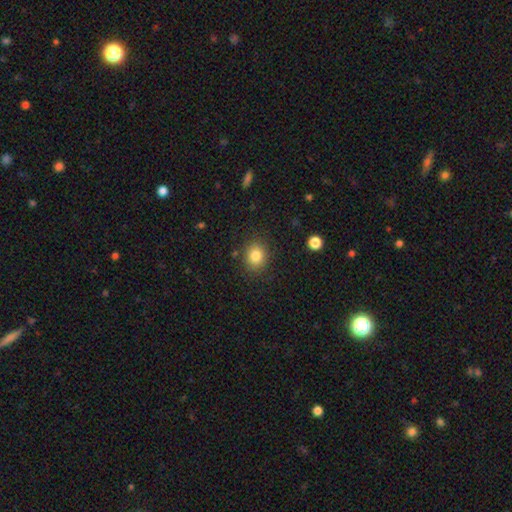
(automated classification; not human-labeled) Q: Smooth or featured?
A: smooth (83%); runner-up: star or artifact (11%)
Q: How rounded?
A: round (68%); runner-up: in between (32%)
Q: Merging?
A: none (86%); runner-up: minor disturbance (9%)